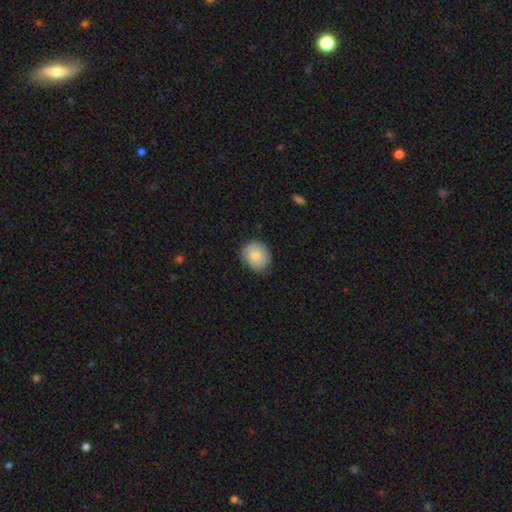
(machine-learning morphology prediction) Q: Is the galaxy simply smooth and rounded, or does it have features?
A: smooth — 81%.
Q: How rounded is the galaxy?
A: round — 72%.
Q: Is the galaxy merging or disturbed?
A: none — 79%.